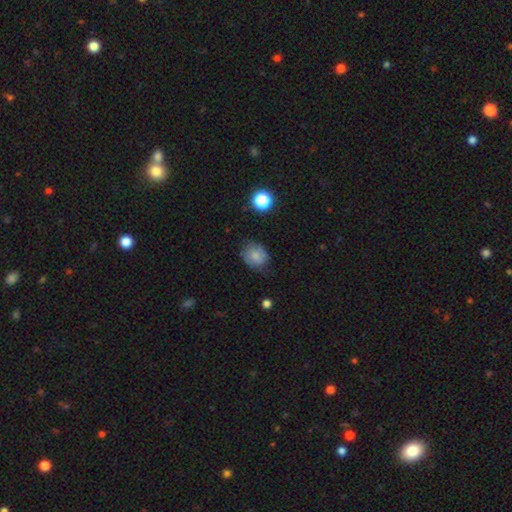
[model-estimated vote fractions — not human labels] smooth-or-featured: smooth: 70% | featured or disk: 19% | star or artifact: 11%
  how-rounded: round: 58% | in between: 41% | cigar-shaped: 1%
  merging: none: 66% | minor disturbance: 25% | major disturbance: 7% | merger: 2%